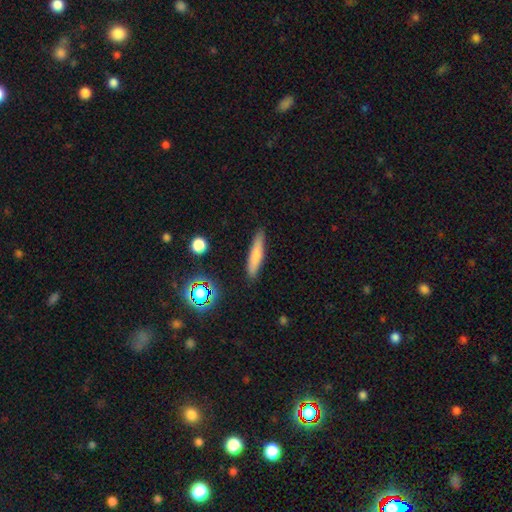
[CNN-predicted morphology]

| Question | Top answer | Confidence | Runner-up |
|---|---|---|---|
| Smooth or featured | smooth | 71% | featured or disk (20%) |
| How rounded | cigar-shaped | 85% | in between (13%) |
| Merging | none | 86% | minor disturbance (10%) |